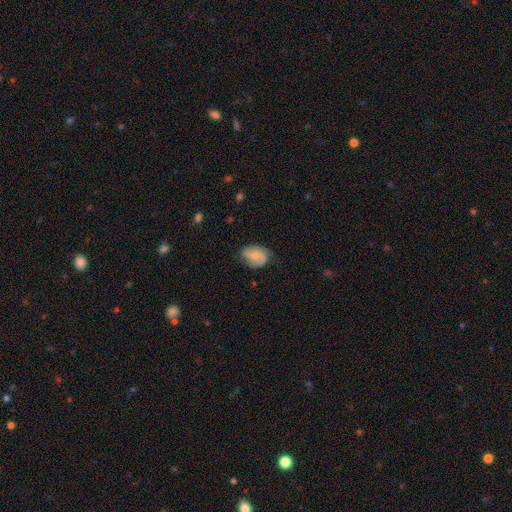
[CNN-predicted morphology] Smooth or featured: smooth — 57% (featured or disk — 36%)
How rounded: in between — 67% (round — 31%)
Merging: none — 58% (minor disturbance — 30%)